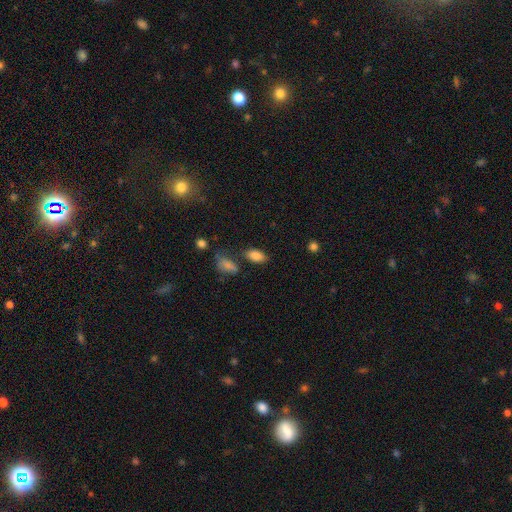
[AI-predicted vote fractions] The model was most divided on "merging": none: 73%, minor disturbance: 15%, merger: 8%, major disturbance: 4%. More confident: how rounded — in between (91%); smooth or featured — smooth (85%).